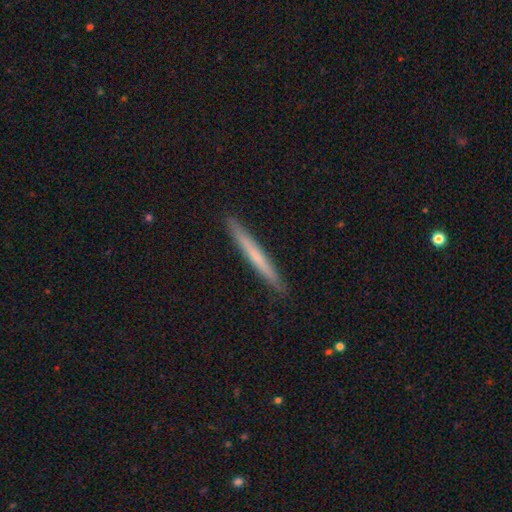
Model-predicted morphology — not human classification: smooth_or_featured: smooth (p=0.56) [alt: featured or disk p=0.38]
how_rounded: cigar-shaped (p=0.97) [alt: in between p=0.02]
merging: none (p=0.92) [alt: minor disturbance p=0.06]